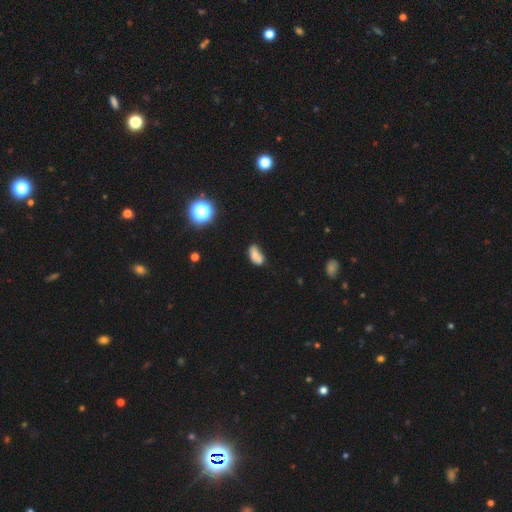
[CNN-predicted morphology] type=smooth (67%); roundness=in between (86%); merging=none (36%).